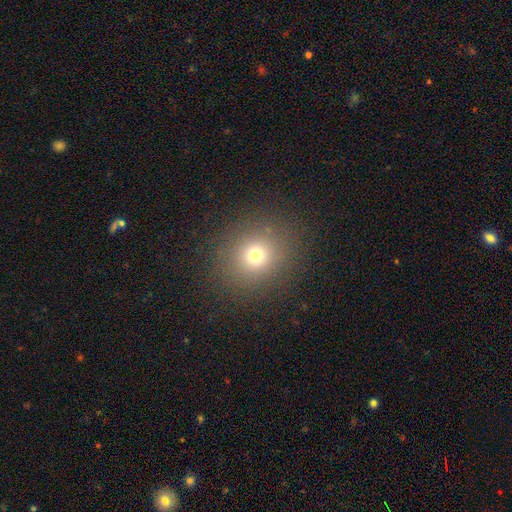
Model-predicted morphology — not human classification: smooth_or_featured: smooth (p=0.70) [alt: star or artifact p=0.20]
how_rounded: round (p=0.81) [alt: in between p=0.18]
merging: none (p=0.86) [alt: minor disturbance p=0.08]